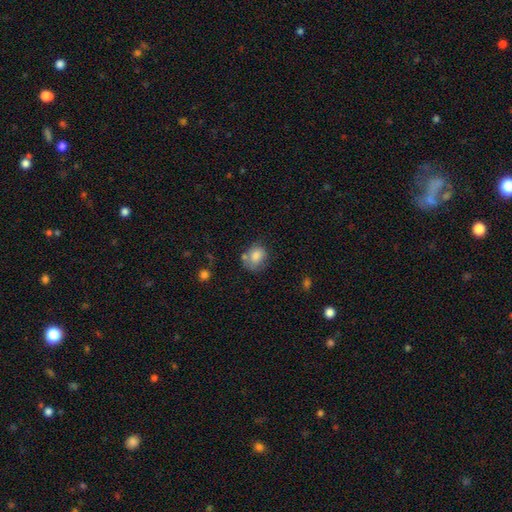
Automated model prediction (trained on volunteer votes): Smooth or featured? smooth (79%)
How rounded? round (55%)
Merging? none (51%)